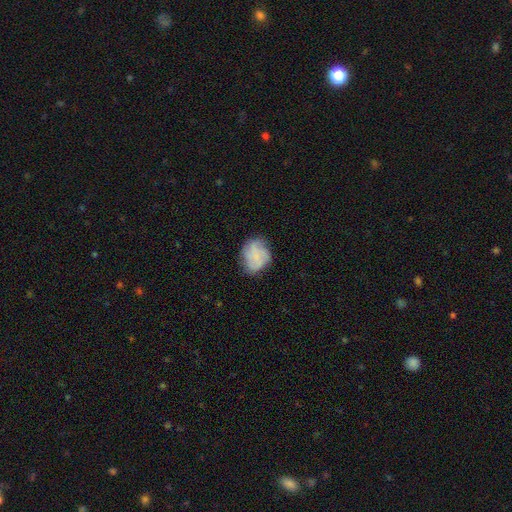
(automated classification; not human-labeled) Overall: smooth (58%; featured or disk 32%). How rounded: round (57%; in between 42%). Merging: none (64%; minor disturbance 25%).